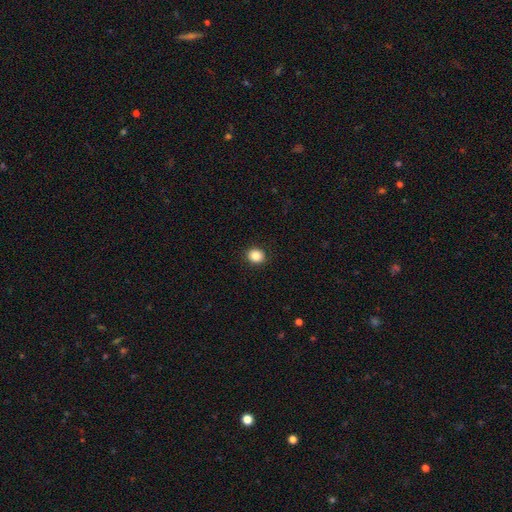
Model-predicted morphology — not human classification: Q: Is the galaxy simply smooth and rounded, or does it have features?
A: smooth — 85%.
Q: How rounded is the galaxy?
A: round — 75%.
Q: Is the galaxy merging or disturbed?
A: none — 91%.